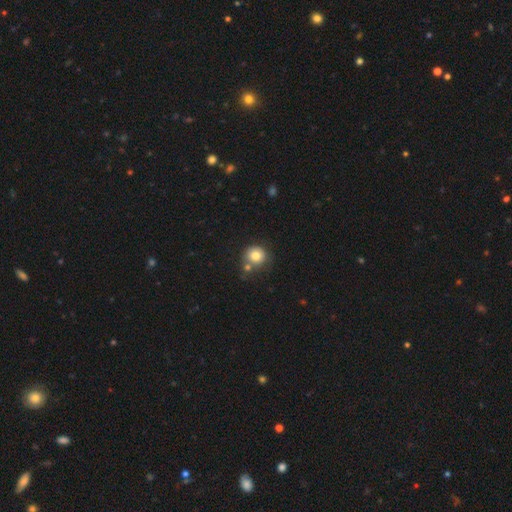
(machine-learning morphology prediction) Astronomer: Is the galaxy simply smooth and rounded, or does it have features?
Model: smooth — 78%.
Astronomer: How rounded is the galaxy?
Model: round — 89%.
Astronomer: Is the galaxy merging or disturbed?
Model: none — 62%.